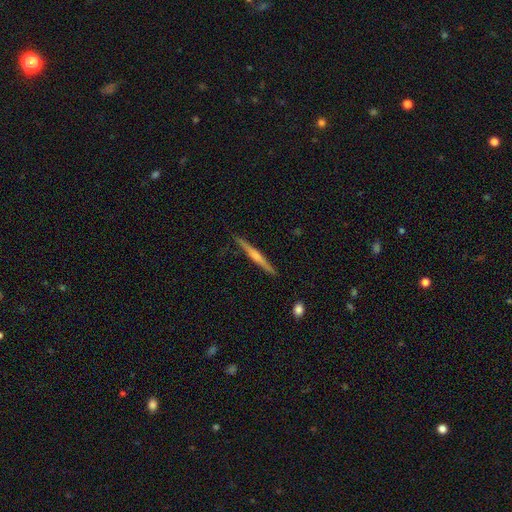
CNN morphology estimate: smooth-or-featured: featured or disk: 58% | smooth: 36% | star or artifact: 6%
  disk-edge-on: yes: 98% | no: 2%
    edge-on-bulge: rounded: 56% | none: 31% | boxy: 13%
  merging: none: 89% | minor disturbance: 8% | major disturbance: 2% | merger: 1%